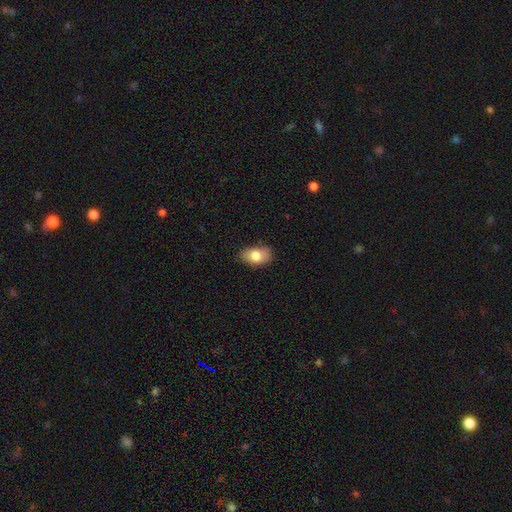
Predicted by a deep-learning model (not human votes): A smooth galaxy with no disk features (79%) that is in between round and cigar-shaped (88%). Merging: none (78%).